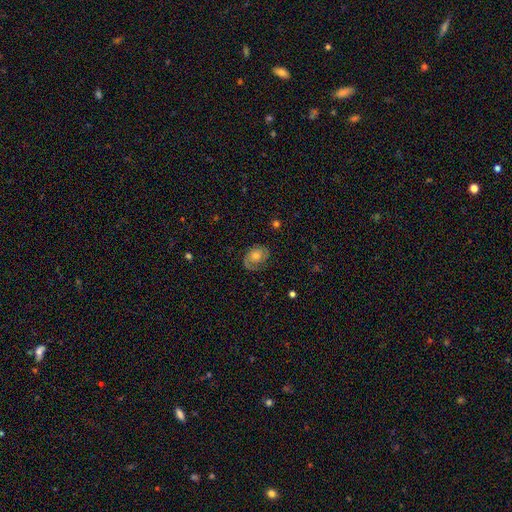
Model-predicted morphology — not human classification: This is possibly a featured or disk galaxy (60%). It is clearly not viewed edge-on (96%). Bar: likely no (79%). Spiral arm pattern: clearly yes (83%). Central bulge: likely moderate (63%). Merging: likely none (73%).